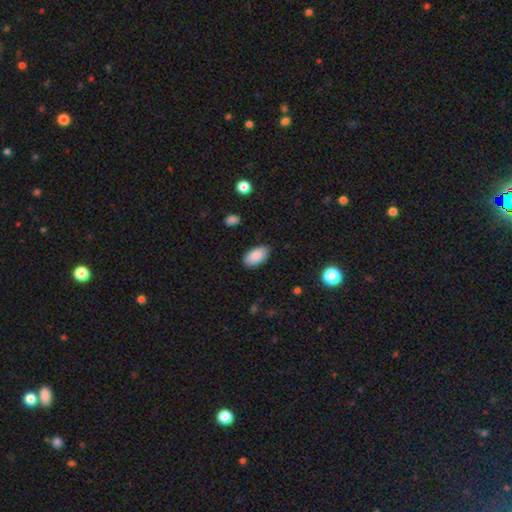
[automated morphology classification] This is clearly a smooth galaxy (89%). How rounded: clearly in between (95%). Merging: clearly none (84%).